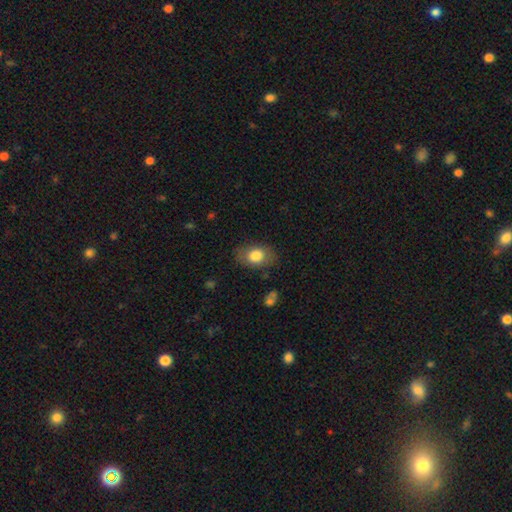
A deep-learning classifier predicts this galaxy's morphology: Smooth or featured? smooth (79%)
How rounded? in between (78%)
Merging? none (78%)